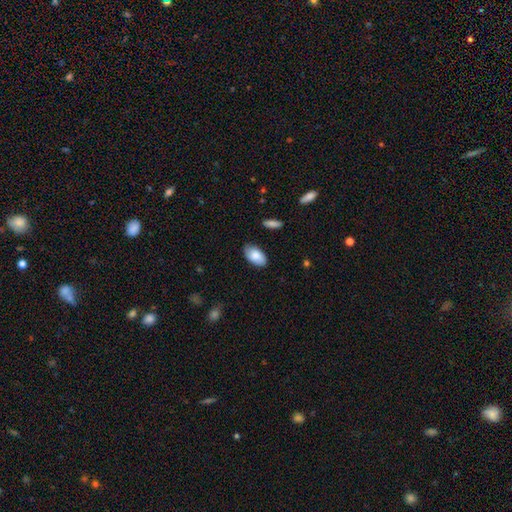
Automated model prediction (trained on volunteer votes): This is clearly a smooth galaxy (81%). How rounded: clearly in between (95%). Merging: likely none (79%).